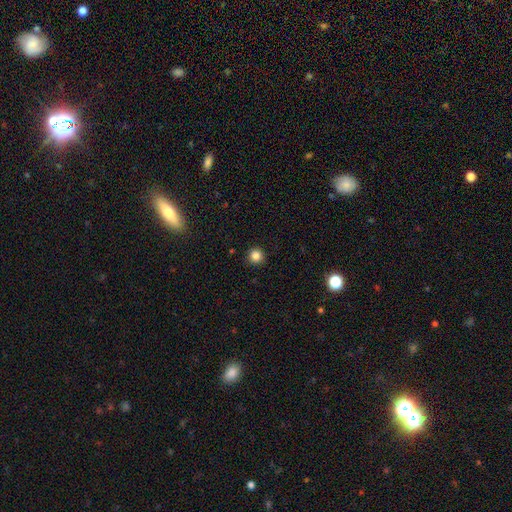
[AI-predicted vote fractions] A smooth galaxy with no disk features (84%) that is round (96%).

Vote fractions:
- Smooth or featured? smooth: 84% / star or artifact: 12% / featured or disk: 4%
- How rounded? round: 96% / in between: 3% / cigar-shaped: 1%
- Merging? none: 92% / minor disturbance: 5% / major disturbance: 2% / merger: 1%